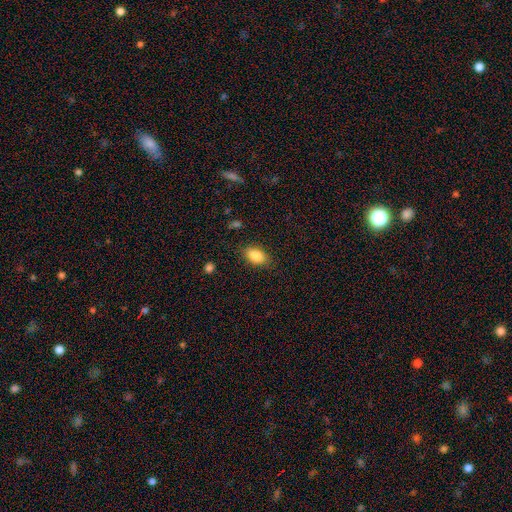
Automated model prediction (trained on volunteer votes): Smooth or featured?
  - smooth: 87% *
  - star or artifact: 8%
  - featured or disk: 5%
How rounded?
  - in between: 90% *
  - round: 8%
  - cigar-shaped: 3%
Merging?
  - none: 84% *
  - minor disturbance: 11%
  - major disturbance: 3%
  - merger: 1%